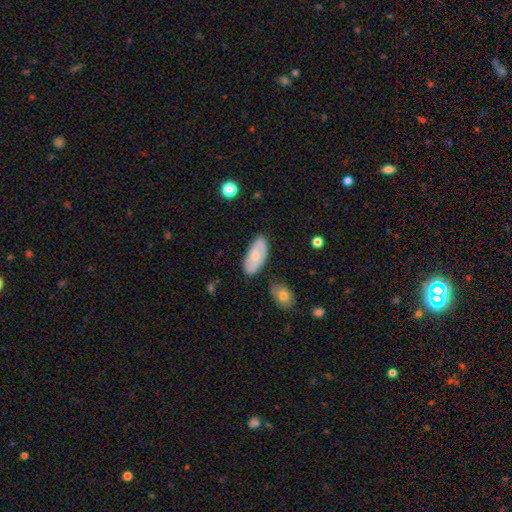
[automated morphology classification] smooth-or-featured: smooth: 54% | featured or disk: 40% | star or artifact: 6%
  how-rounded: in between: 90% | cigar-shaped: 7% | round: 3%
  merging: none: 78% | minor disturbance: 15% | major disturbance: 3% | merger: 3%